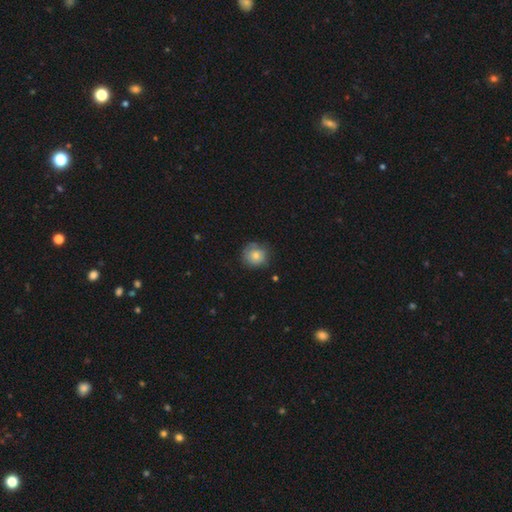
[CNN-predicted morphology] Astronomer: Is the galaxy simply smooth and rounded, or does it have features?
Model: smooth — 74%.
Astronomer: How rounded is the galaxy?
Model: round — 89%.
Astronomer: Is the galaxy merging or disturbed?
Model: none — 74%.